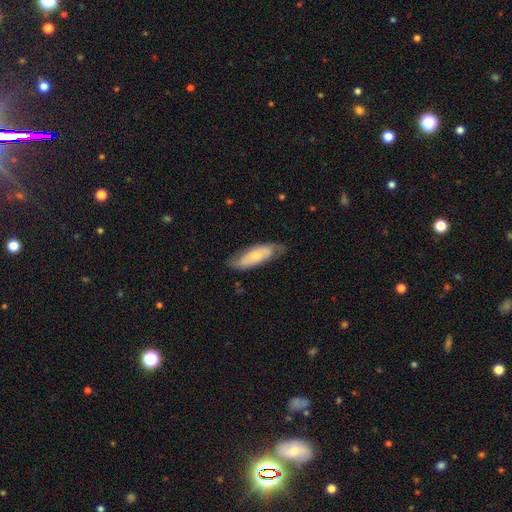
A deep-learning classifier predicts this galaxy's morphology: This appears to be a smooth galaxy with no disk features (52%) that is in between round and cigar-shaped (63%). Merging: none (69%).